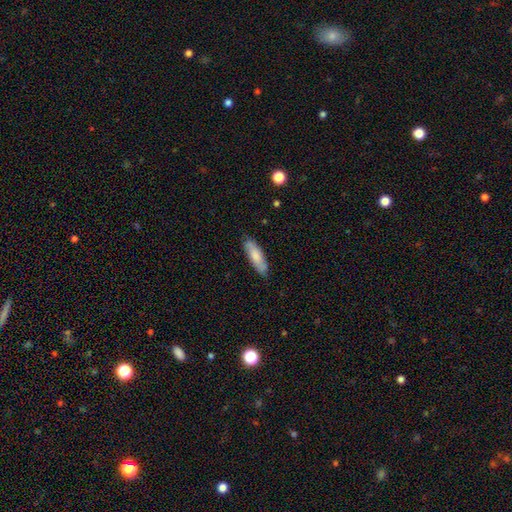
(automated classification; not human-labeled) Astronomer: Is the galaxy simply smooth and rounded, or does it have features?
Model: smooth — 74%.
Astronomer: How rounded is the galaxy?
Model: cigar-shaped — 51% (runner-up: in between, 48%).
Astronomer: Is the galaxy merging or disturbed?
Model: none — 82%.